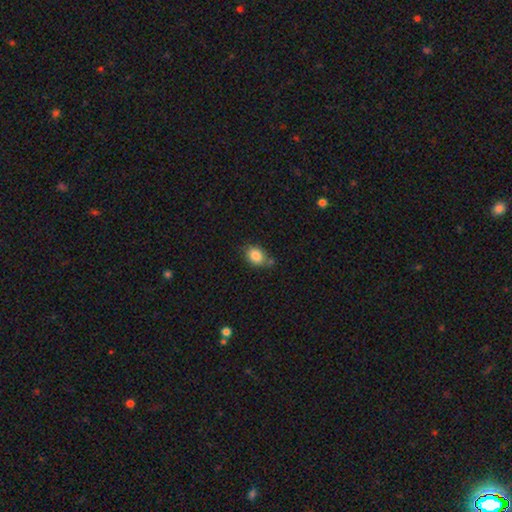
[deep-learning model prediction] smooth_or_featured: smooth (p=0.85) [alt: star or artifact p=0.09]
how_rounded: in between (p=0.64) [alt: round p=0.35]
merging: none (p=0.64) [alt: minor disturbance p=0.20]